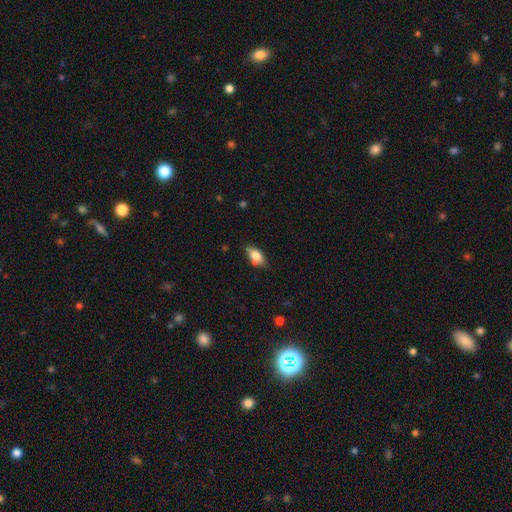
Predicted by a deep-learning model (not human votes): smooth-or-featured: smooth: 77% | featured or disk: 15% | star or artifact: 8%
  how-rounded: in between: 87% | cigar-shaped: 8% | round: 5%
  merging: none: 65% | minor disturbance: 24% | merger: 6% | major disturbance: 5%